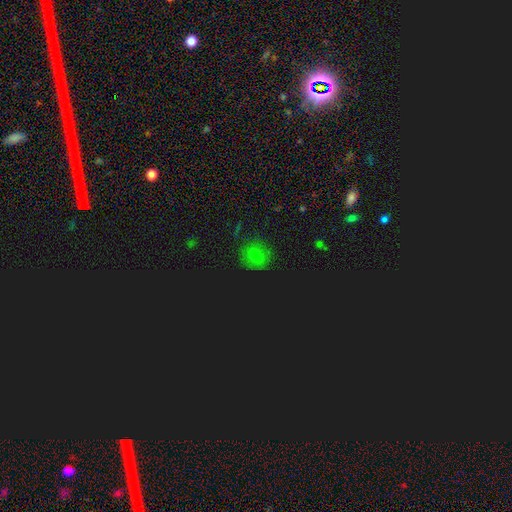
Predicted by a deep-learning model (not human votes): Smooth or featured: smooth — 46% (star or artifact — 41%)
Merging: none — 80% (minor disturbance — 14%)